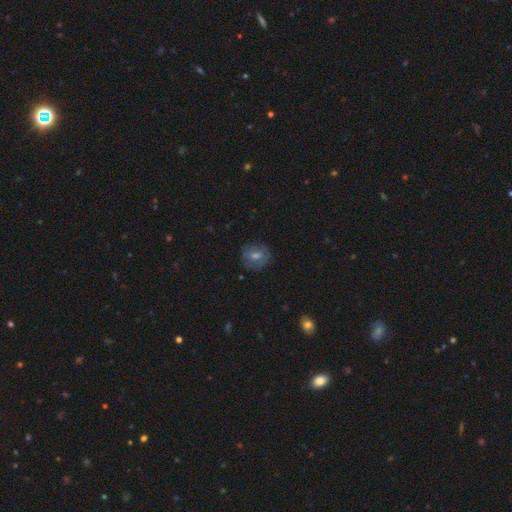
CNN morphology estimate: The model was most divided on "smooth or featured": smooth: 50%, featured or disk: 35%, star or artifact: 15%. More confident: merging — none (82%).